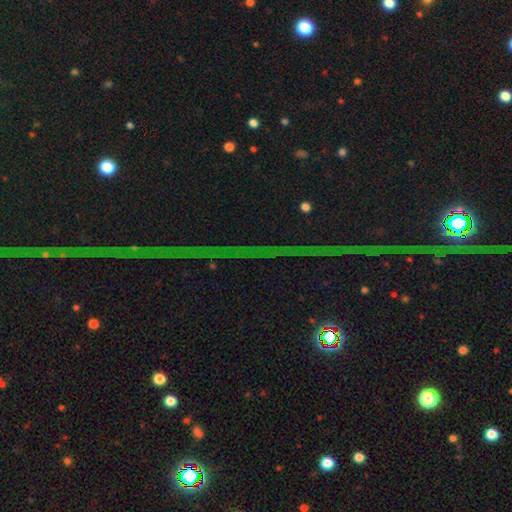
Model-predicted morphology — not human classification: Smooth or featured: star or artifact — 81% (featured or disk — 11%)